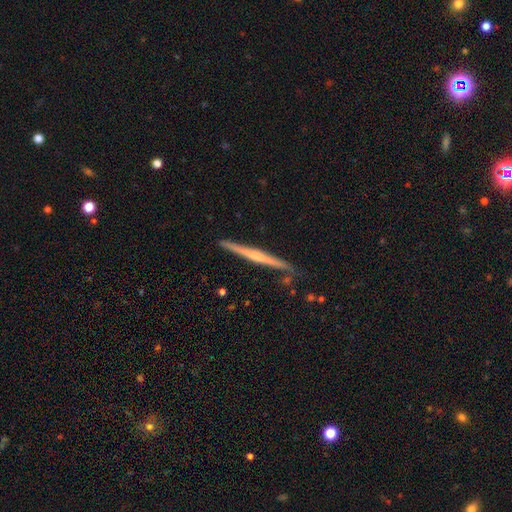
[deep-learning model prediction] smooth-or-featured: featured or disk: 69% | smooth: 25% | star or artifact: 5%
  disk-edge-on: yes: 98% | no: 2%
    edge-on-bulge: rounded: 56% | none: 35% | boxy: 9%
  merging: none: 87% | minor disturbance: 9% | merger: 2% | major disturbance: 2%